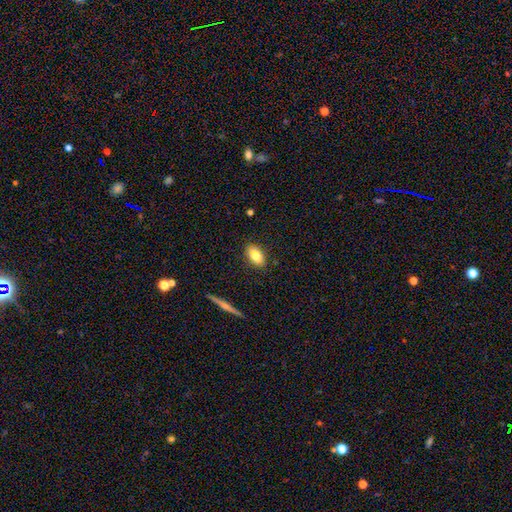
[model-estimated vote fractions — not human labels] This appears to be a smooth galaxy with no disk features (80%) that is in between round and cigar-shaped (89%). Merging: none (87%).